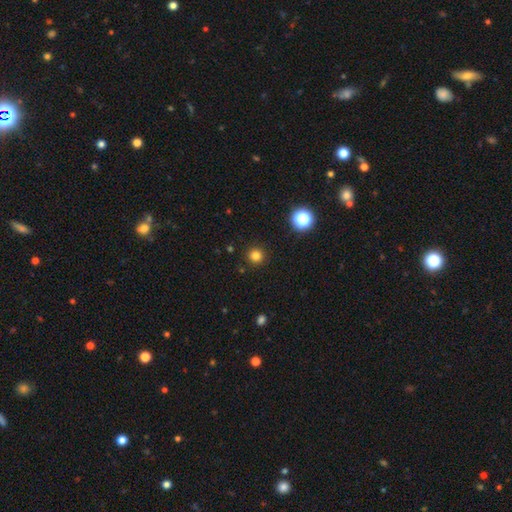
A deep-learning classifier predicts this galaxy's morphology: Smooth or featured: smooth — 81% (star or artifact — 15%)
How rounded: round — 95% (in between — 4%)
Merging: none — 92% (minor disturbance — 5%)